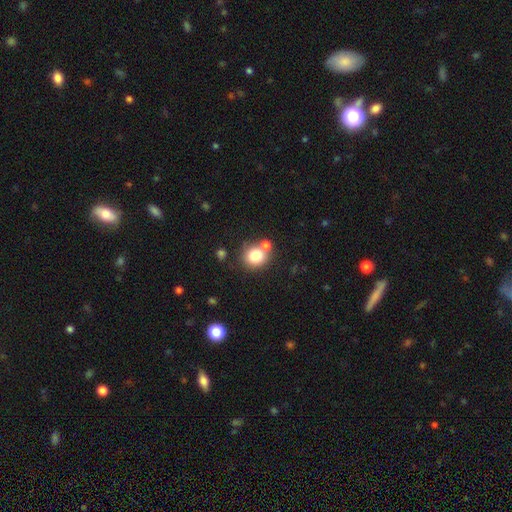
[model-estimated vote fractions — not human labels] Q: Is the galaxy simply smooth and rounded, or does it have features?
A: smooth — 82%.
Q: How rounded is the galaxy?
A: round — 83%.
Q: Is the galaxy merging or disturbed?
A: none — 61%.